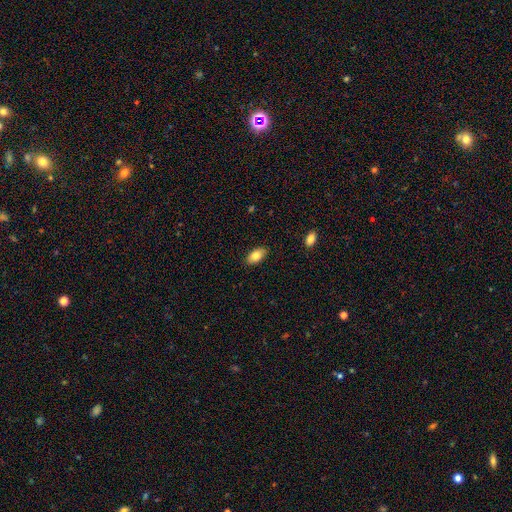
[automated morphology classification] Q: Smooth or featured?
A: smooth (82%); runner-up: featured or disk (11%)
Q: How rounded?
A: in between (93%); runner-up: round (4%)
Q: Merging?
A: none (88%); runner-up: minor disturbance (9%)